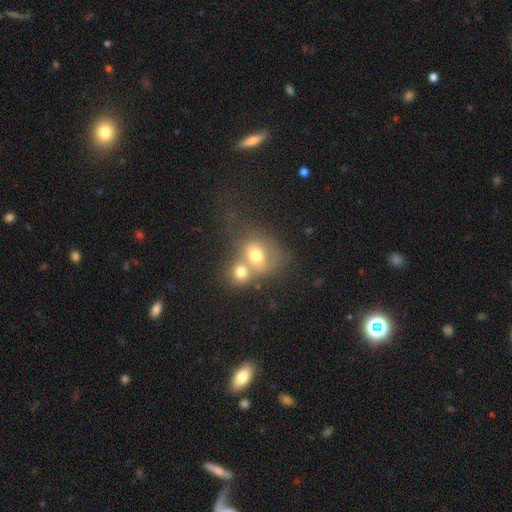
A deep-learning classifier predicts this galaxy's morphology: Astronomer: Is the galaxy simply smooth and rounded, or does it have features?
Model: smooth — 66%.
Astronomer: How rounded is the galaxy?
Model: round — 62%.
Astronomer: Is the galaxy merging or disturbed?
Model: merger — 61%.